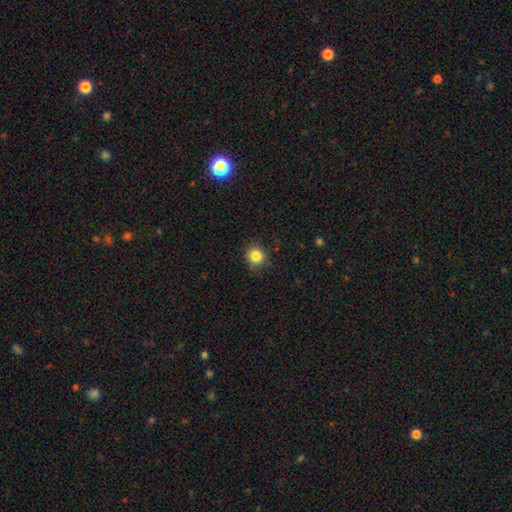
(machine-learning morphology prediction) smooth 84%, star or artifact 11%, featured or disk 5%. Down the decision tree: how rounded — round (90%); merging — none (84%).